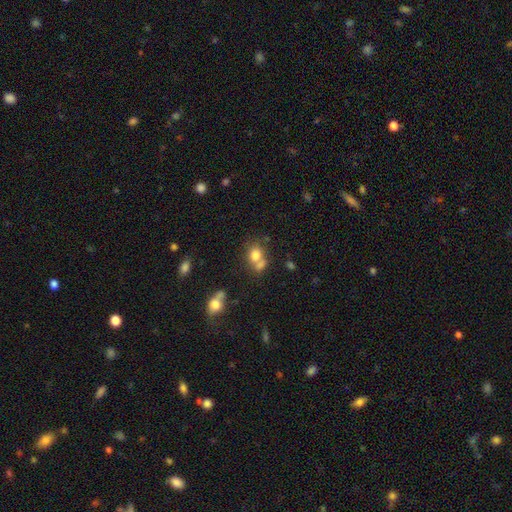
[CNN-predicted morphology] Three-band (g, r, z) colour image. It shows a smooth galaxy with no disk features (76%) that is round (58%). Merging: merger (47%).